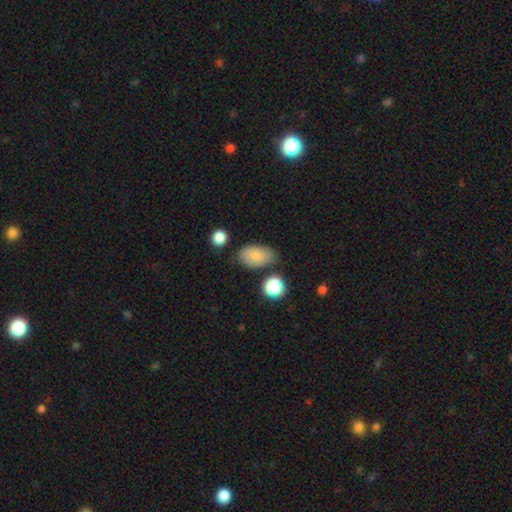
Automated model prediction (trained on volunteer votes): Overall: smooth (82%). How rounded: in between (91%). Merging: none (67%).